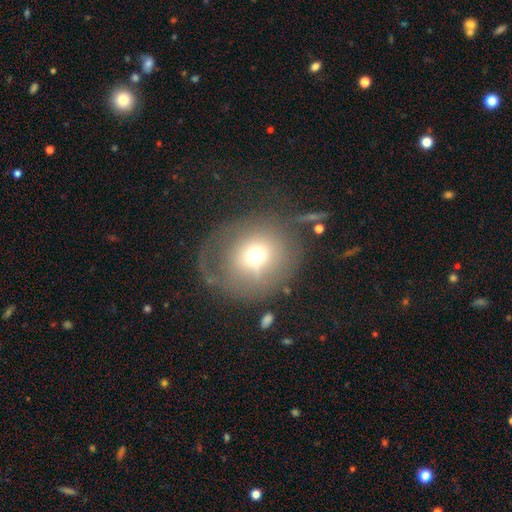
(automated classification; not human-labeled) The model was most divided on "merging": none: 47%, major disturbance: 30%, minor disturbance: 19%, merger: 4%. More confident: how rounded — round (84%); smooth or featured — smooth (58%).